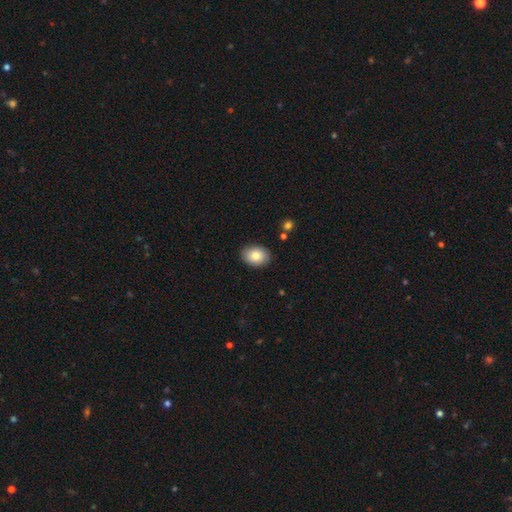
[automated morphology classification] smooth_or_featured: smooth (p=0.83) [alt: featured or disk p=0.10]
how_rounded: in between (p=0.76) [alt: round p=0.23]
merging: none (p=0.88) [alt: minor disturbance p=0.09]